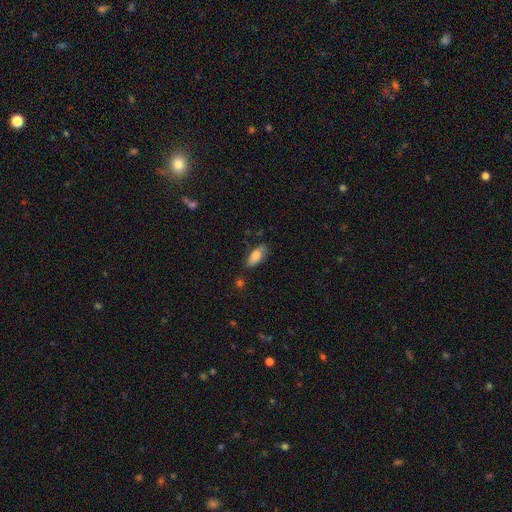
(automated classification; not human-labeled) This is clearly a smooth galaxy (80%). How rounded: clearly in between (86%). Merging: likely none (70%).